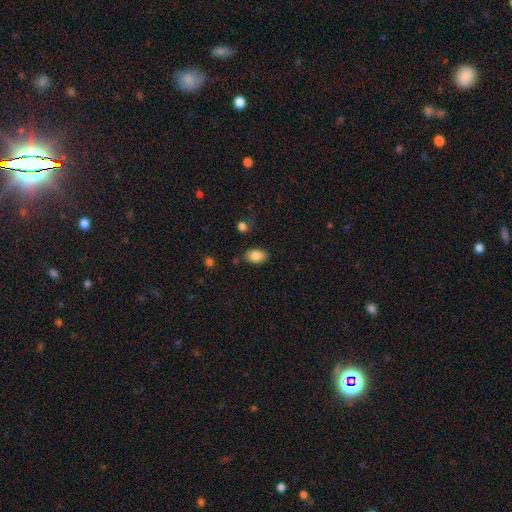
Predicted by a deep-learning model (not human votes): A smooth galaxy with no disk features (84%) that is in between round and cigar-shaped (85%). Merging: none (80%).